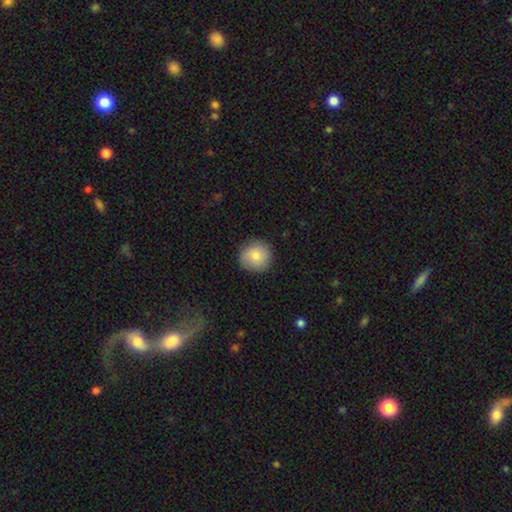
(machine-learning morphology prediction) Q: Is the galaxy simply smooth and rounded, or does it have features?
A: smooth — 82%.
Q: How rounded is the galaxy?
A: round — 94%.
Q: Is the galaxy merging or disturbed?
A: none — 88%.